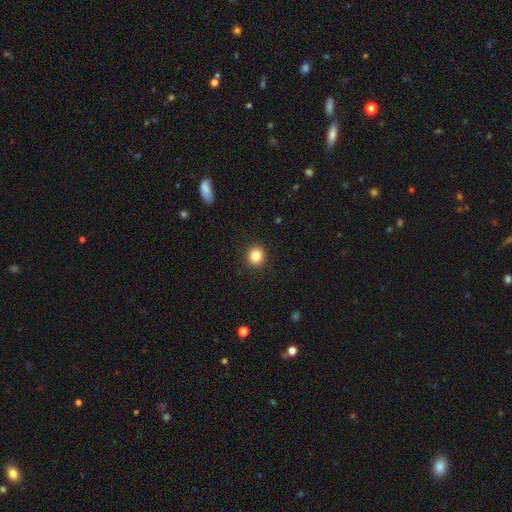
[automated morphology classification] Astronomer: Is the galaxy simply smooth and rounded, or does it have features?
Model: smooth — 85%.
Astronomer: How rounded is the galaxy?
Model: round — 83%.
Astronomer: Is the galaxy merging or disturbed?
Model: none — 91%.